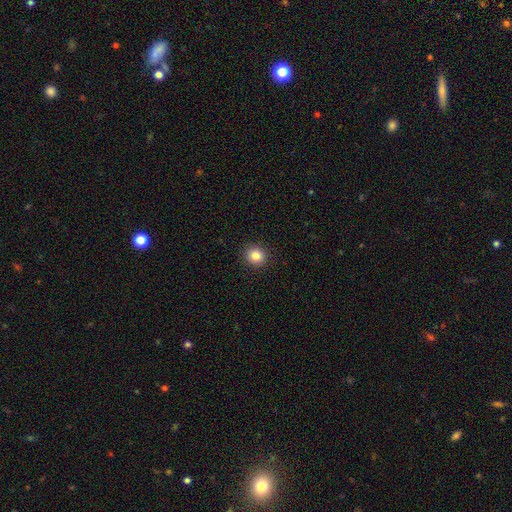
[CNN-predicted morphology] Smooth or featured? Predicted: smooth (p=0.85). How rounded? Predicted: round (p=0.87). Merging? Predicted: none (p=0.92).